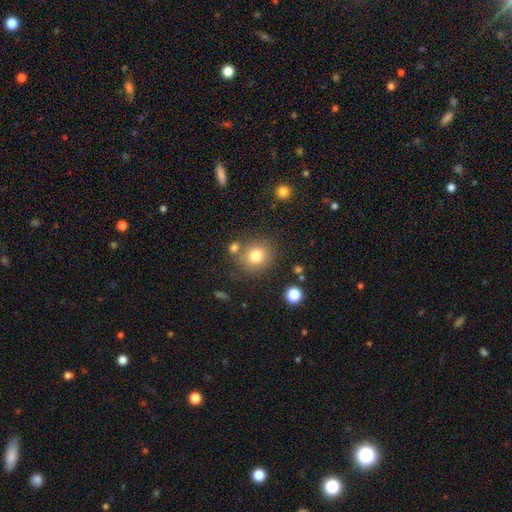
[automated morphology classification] type=smooth (78%); roundness=round (85%); merging=none (74%).